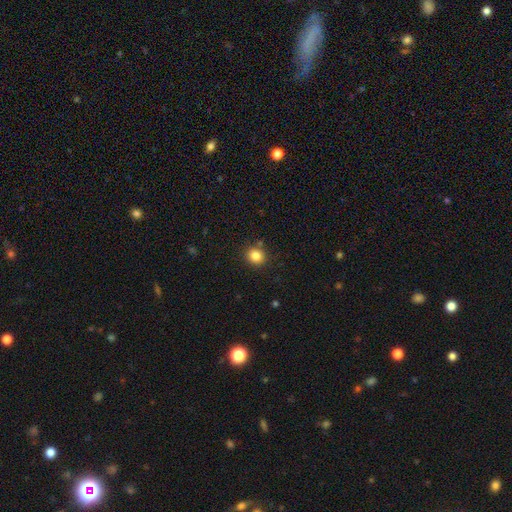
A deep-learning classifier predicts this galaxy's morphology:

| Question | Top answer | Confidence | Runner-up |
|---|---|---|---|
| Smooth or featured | smooth | 83% | star or artifact (11%) |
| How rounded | round | 83% | in between (16%) |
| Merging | none | 85% | minor disturbance (9%) |